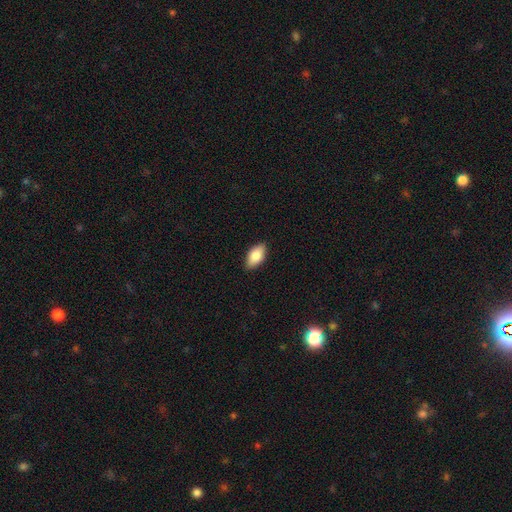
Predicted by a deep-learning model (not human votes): Morphology: type=smooth (83%); roundness=in between (93%); merging=none (87%).